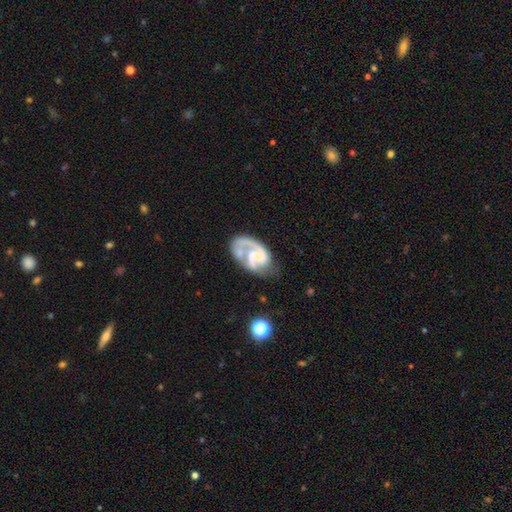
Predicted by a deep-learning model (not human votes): This appears to be a featured or disk galaxy (84%) with a weak bar (44%), 2 (65%) medium (49%) spiral arms (93%) and a small central bulge (44%). Merging: none (44%).